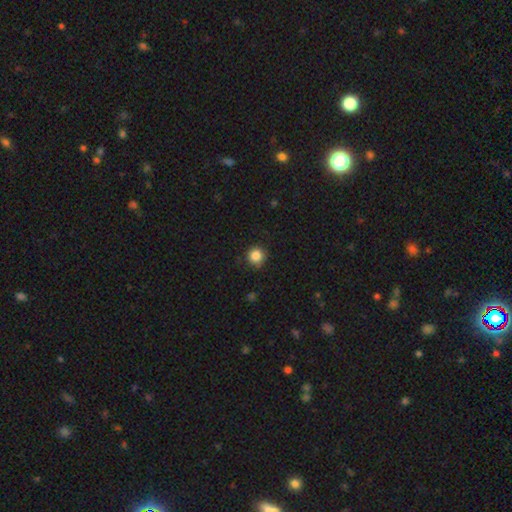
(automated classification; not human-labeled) The model was most divided on "merging": none: 85%, minor disturbance: 12%, major disturbance: 2%, merger: 1%. More confident: how rounded — round (93%); smooth or featured — smooth (85%).